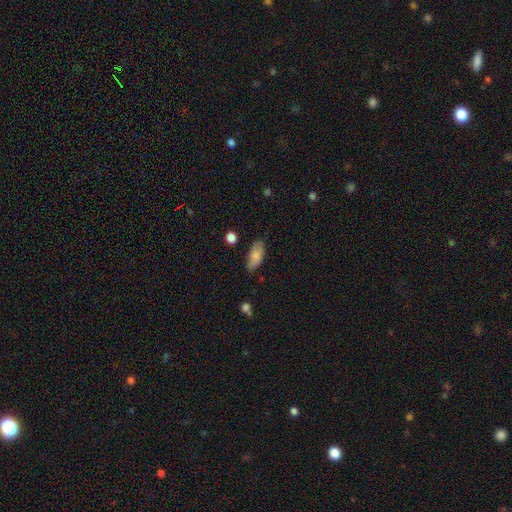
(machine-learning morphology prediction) Smooth or featured?
  - smooth: 81% *
  - featured or disk: 12%
  - star or artifact: 7%
How rounded?
  - in between: 88% *
  - cigar-shaped: 10%
  - round: 3%
Merging?
  - none: 79% *
  - minor disturbance: 17%
  - major disturbance: 3%
  - merger: 2%